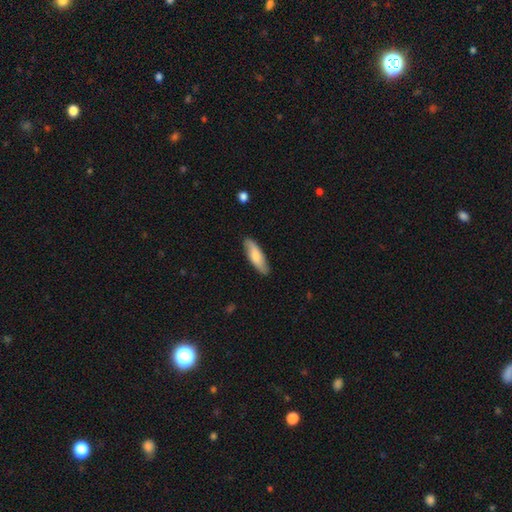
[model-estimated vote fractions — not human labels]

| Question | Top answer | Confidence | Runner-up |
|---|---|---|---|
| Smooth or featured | smooth | 73% | featured or disk (22%) |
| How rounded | cigar-shaped | 49% | tied: in between (49%) |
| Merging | none | 86% | minor disturbance (11%) |